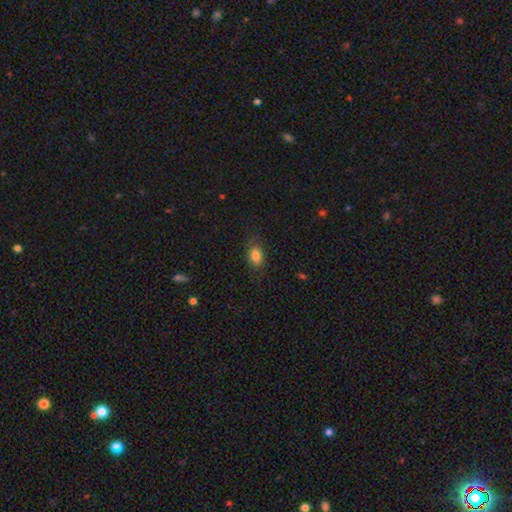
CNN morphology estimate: The model was most divided on "merging": none: 77%, minor disturbance: 16%, major disturbance: 5%, merger: 1%. More confident: smooth or featured — smooth (82%); how rounded — in between (81%).